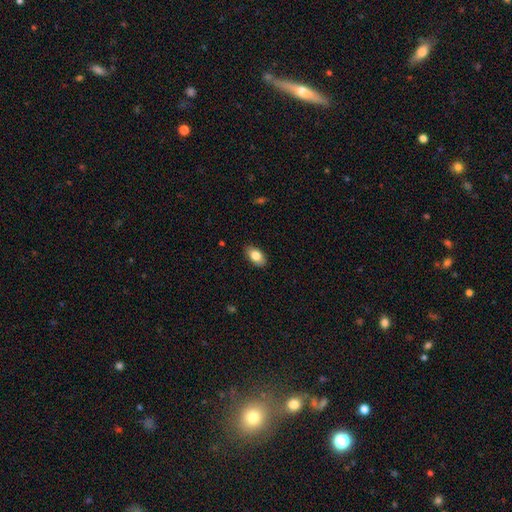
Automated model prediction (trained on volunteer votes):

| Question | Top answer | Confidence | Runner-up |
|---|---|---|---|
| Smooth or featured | smooth | 82% | featured or disk (11%) |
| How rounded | in between | 92% | round (6%) |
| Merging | none | 88% | minor disturbance (9%) |